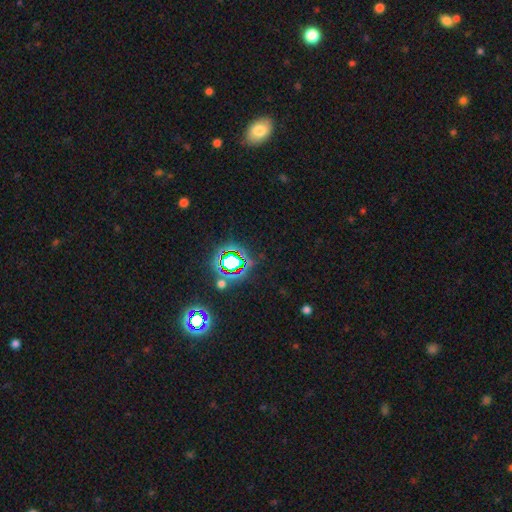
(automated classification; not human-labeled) A star or artifact, not a galaxy (74%).